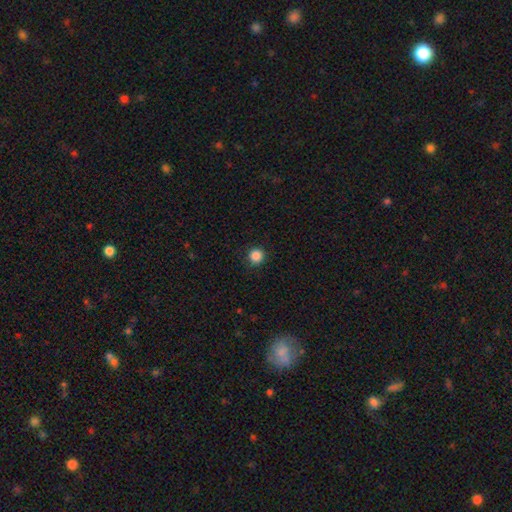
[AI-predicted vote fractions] A smooth galaxy with no disk features (86%) that is round (94%). Merging: none (92%).